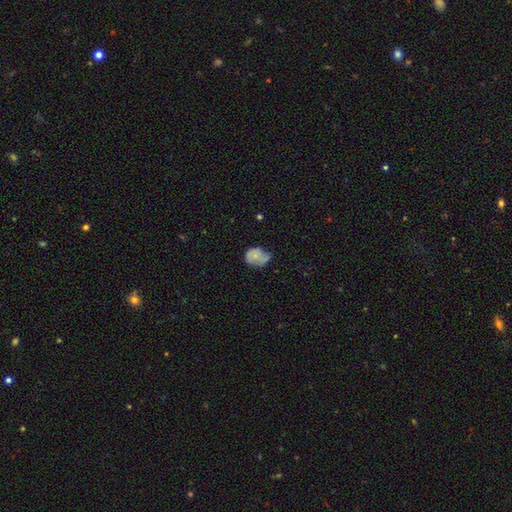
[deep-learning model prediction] This is likely a smooth galaxy (62%). How rounded: possibly in between (54%). Merging: marginally minor disturbance (44%).